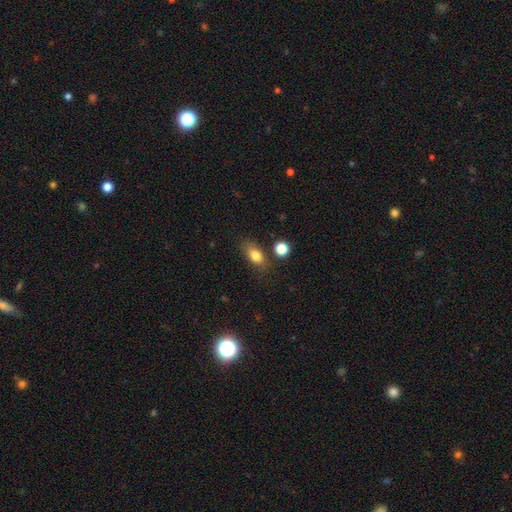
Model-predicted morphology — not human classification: Smooth or featured? smooth (81%)
How rounded? in between (80%)
Merging? none (72%)